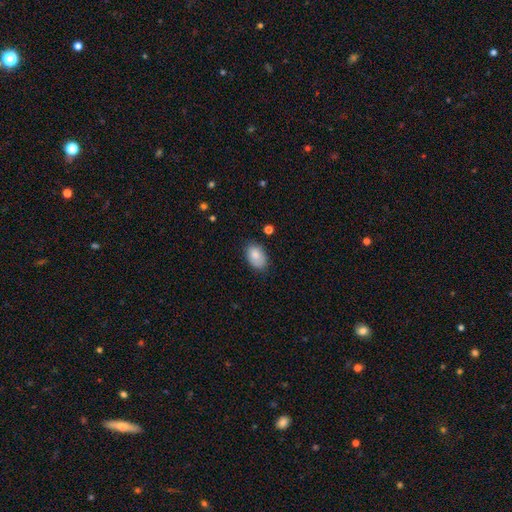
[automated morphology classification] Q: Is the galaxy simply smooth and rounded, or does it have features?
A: smooth — 85%.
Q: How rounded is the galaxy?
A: in between — 88%.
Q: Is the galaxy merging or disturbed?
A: none — 78%.